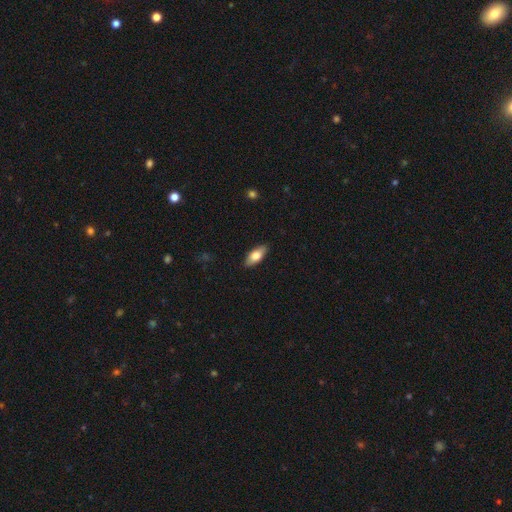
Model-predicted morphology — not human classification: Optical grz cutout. It shows a smooth galaxy with no disk features (76%) that is in between round and cigar-shaped (83%). Merging: none (88%).